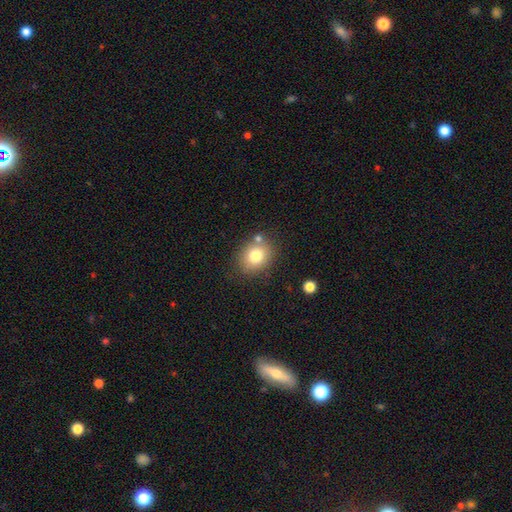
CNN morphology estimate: Smooth or featured?
  - smooth: 78% *
  - featured or disk: 11%
  - star or artifact: 11%
How rounded?
  - round: 60% *
  - in between: 39%
  - cigar-shaped: 1%
Merging?
  - none: 75% *
  - minor disturbance: 12%
  - merger: 9%
  - major disturbance: 4%